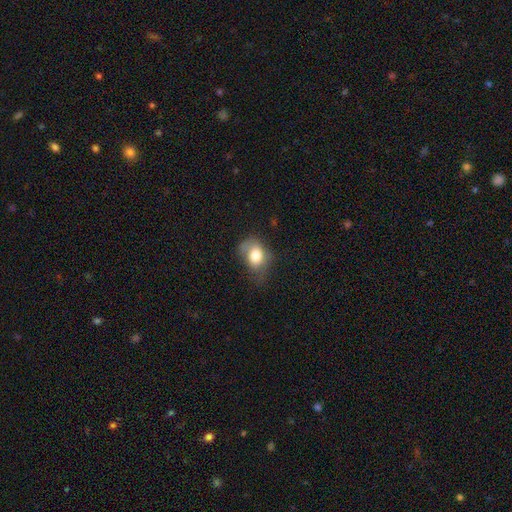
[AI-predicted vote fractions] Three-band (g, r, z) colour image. It shows a smooth galaxy with no disk features (75%) that is in between round and cigar-shaped (68%). Merging: none (39%).